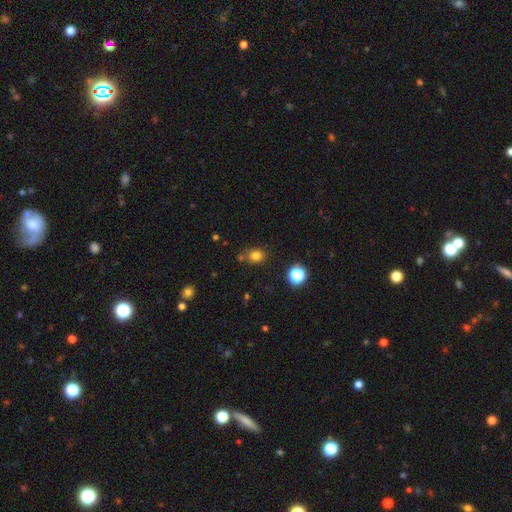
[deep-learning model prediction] A smooth galaxy with no disk features (77%) that is round (72%).

Vote fractions:
- Smooth or featured? smooth: 77% / star or artifact: 16% / featured or disk: 6%
- How rounded? round: 72% / in between: 27% / cigar-shaped: 1%
- Merging? none: 70% / minor disturbance: 15% / merger: 10% / major disturbance: 4%